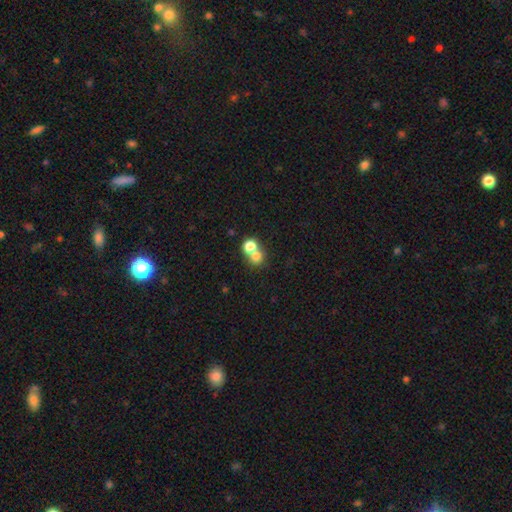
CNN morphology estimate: type=smooth (74%); roundness=round (82%); merging=merger (55%).